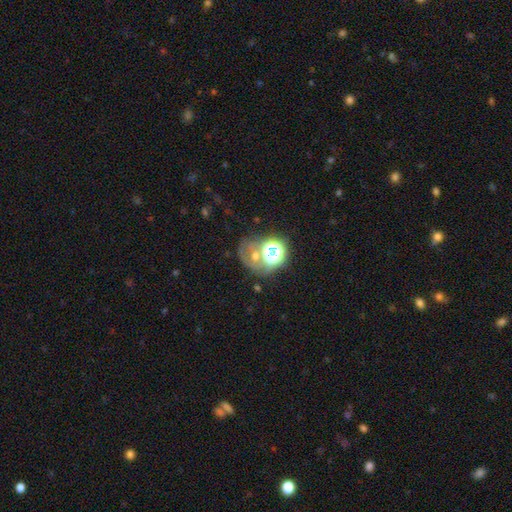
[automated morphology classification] Smooth or featured? Predicted: star or artifact (p=0.39).